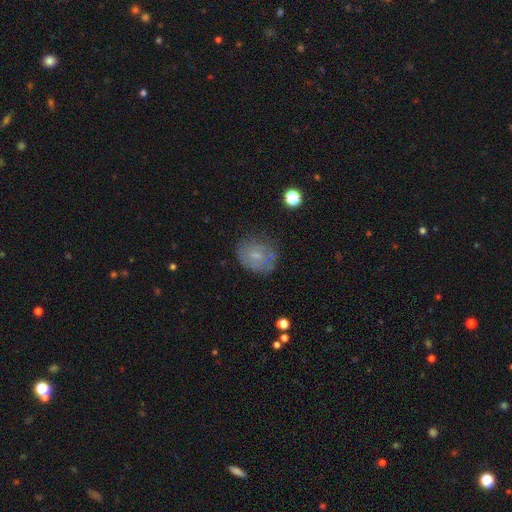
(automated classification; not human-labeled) A smooth galaxy with no disk features (50%).

Vote fractions:
- Smooth or featured? smooth: 50% / featured or disk: 40% / star or artifact: 10%
- Merging? none: 62% / minor disturbance: 24% / major disturbance: 12% / merger: 2%